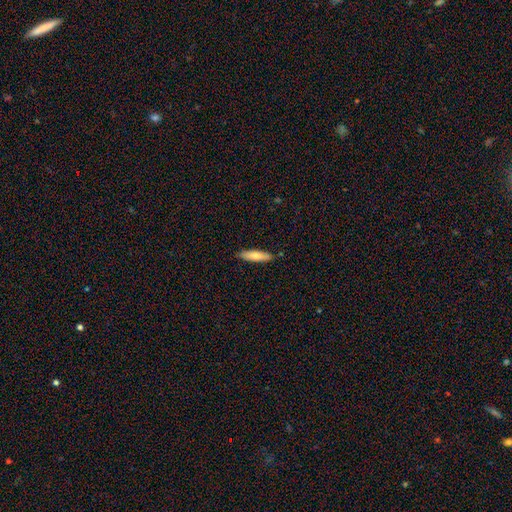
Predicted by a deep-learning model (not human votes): Q: Smooth or featured?
A: smooth (74%); runner-up: featured or disk (20%)
Q: How rounded?
A: cigar-shaped (72%); runner-up: in between (27%)
Q: Merging?
A: none (87%); runner-up: minor disturbance (10%)